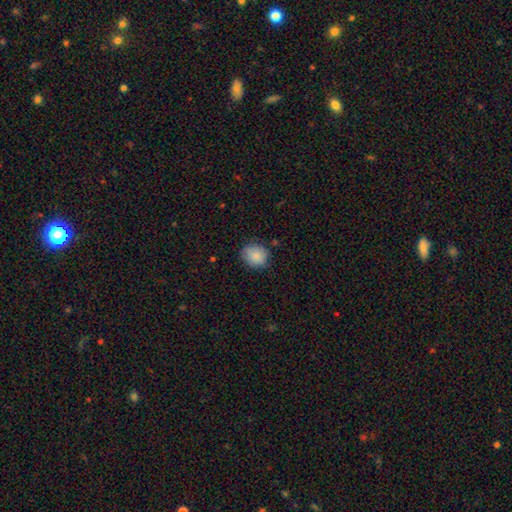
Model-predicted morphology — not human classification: smooth_or_featured: smooth (p=0.85) [alt: star or artifact p=0.08]
how_rounded: round (p=0.74) [alt: in between p=0.26]
merging: none (p=0.75) [alt: minor disturbance p=0.20]